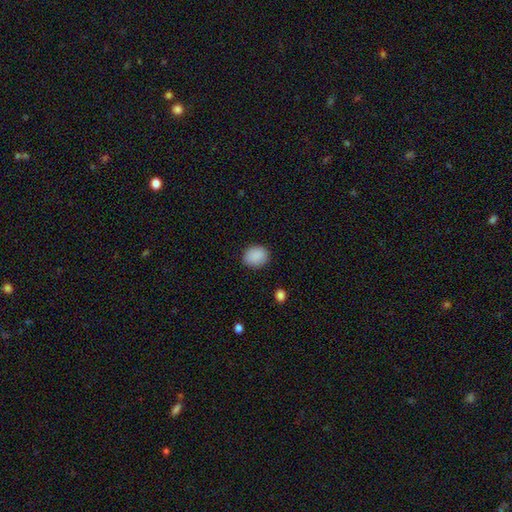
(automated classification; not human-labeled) Smooth or featured: smooth — 89% (star or artifact — 8%)
How rounded: round — 58% (in between — 41%)
Merging: none — 87% (minor disturbance — 10%)